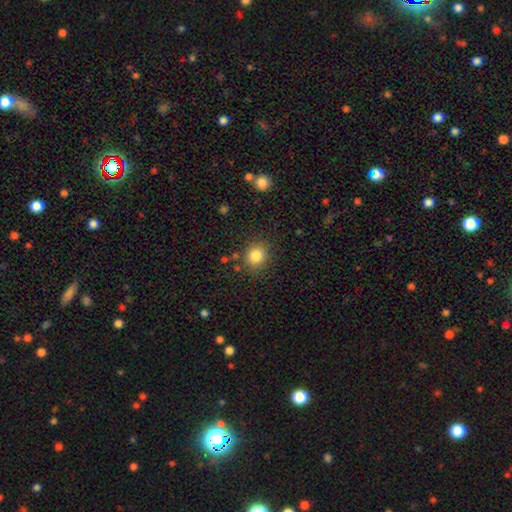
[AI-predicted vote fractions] smooth-or-featured: smooth: 82% | star or artifact: 12% | featured or disk: 6%
  how-rounded: round: 77% | in between: 22% | cigar-shaped: 1%
  merging: none: 83% | minor disturbance: 11% | major disturbance: 4% | merger: 3%